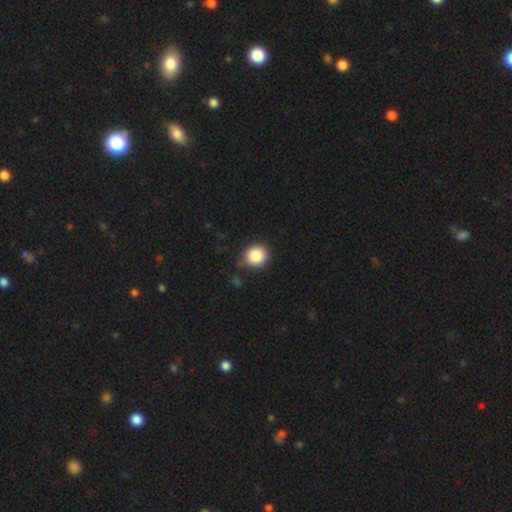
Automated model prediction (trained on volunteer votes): Smooth or featured?
  - smooth: 87% *
  - star or artifact: 9%
  - featured or disk: 5%
How rounded?
  - round: 89% *
  - in between: 10%
  - cigar-shaped: 1%
Merging?
  - none: 80% *
  - minor disturbance: 14%
  - major disturbance: 3%
  - merger: 2%